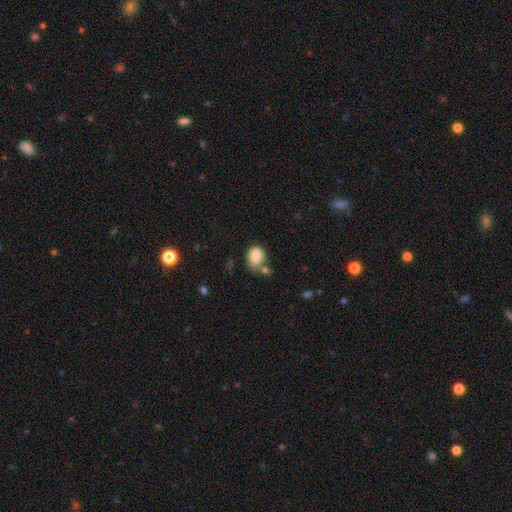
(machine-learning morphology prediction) This is clearly a smooth galaxy (84%). How rounded: possibly in between (50%). Merging: possibly none (52%).